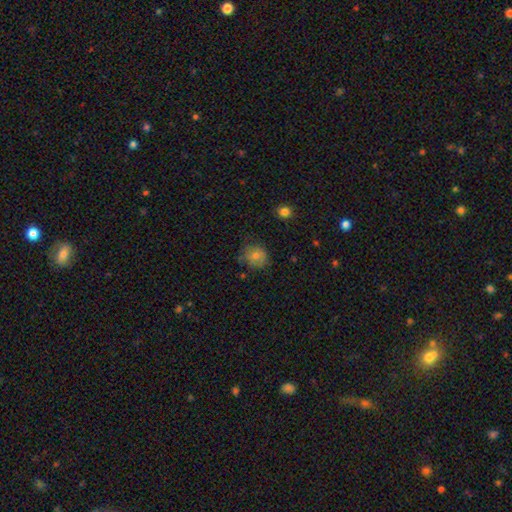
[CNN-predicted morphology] This is likely a smooth galaxy (70%). How rounded: likely round (79%). Merging: likely none (73%).